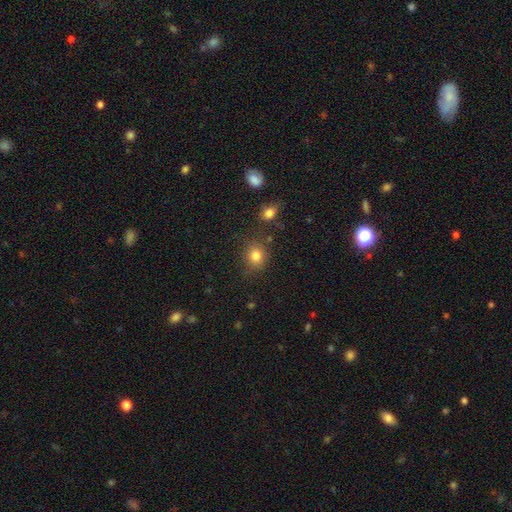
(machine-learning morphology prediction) This is clearly a smooth galaxy (82%). How rounded: likely round (72%). Merging: likely none (79%).